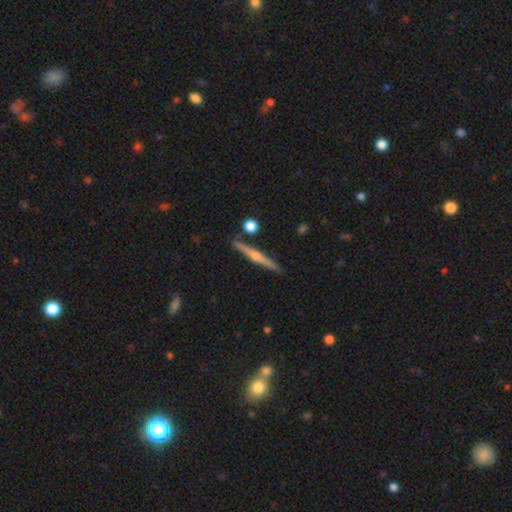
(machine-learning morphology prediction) Smooth or featured? Predicted: featured or disk (p=0.79). Edge-on disk? Predicted: yes (p=0.98). Edge-on bulge? Predicted: rounded (p=0.91). Merging? Predicted: none (p=0.90).